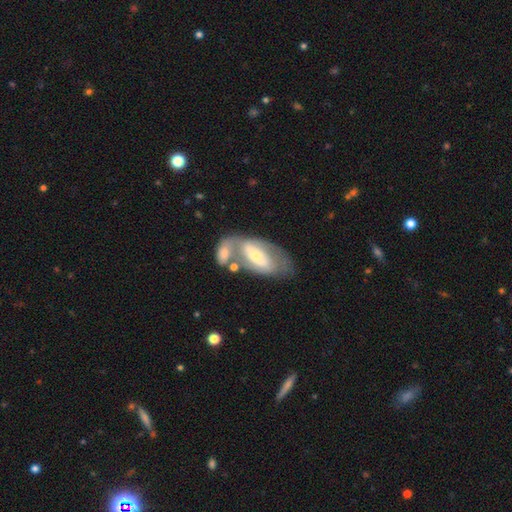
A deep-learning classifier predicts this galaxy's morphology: A featured or disk galaxy (61%) with a strong bar (45%), spiral arms (52%) and a moderate central bulge (47%).

Vote fractions:
- Smooth or featured? featured or disk: 61% / smooth: 33% / star or artifact: 6%
- Edge-on disk? no: 90% / yes: 10%
- Bar? strong: 45% / weak: 31% / no: 24%
- Spiral arms? yes: 52% / no: 48%
- Bulge size? moderate: 47% / small: 41% / large: 7% / none: 3% / dominant: 2%
- Merging? merger: 40% / none: 30% / minor disturbance: 16% / major disturbance: 14%